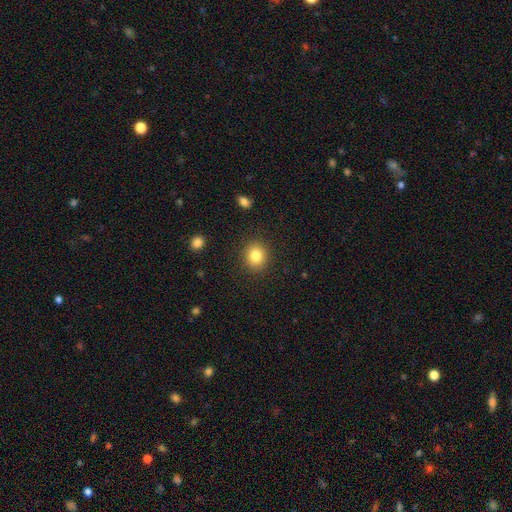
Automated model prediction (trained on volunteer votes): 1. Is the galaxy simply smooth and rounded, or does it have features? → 83% smooth, 10% star or artifact, 7% featured or disk.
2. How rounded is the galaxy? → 79% round, 20% in between, 1% cigar-shaped.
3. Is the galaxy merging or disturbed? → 89% none, 7% minor disturbance, 3% major disturbance, 1% merger.